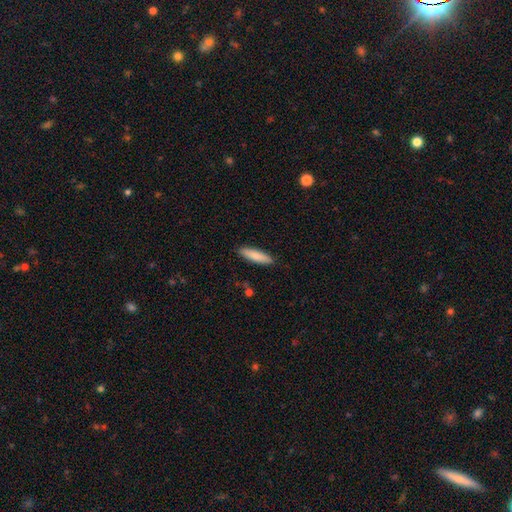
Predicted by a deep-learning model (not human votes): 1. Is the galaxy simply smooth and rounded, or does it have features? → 84% smooth, 11% featured or disk, 5% star or artifact.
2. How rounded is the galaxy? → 68% cigar-shaped, 30% in between, 1% round.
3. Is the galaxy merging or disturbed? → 89% none, 8% minor disturbance, 2% major disturbance, 1% merger.